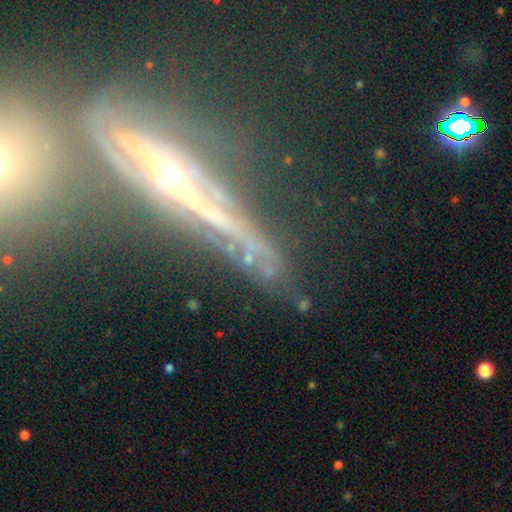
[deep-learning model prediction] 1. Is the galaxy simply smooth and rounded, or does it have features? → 72% featured or disk, 17% star or artifact, 11% smooth.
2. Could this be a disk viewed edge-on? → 78% yes, 22% no.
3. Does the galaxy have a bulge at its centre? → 84% rounded, 10% none, 6% boxy.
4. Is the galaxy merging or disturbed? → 63% none, 16% minor disturbance, 11% merger, 10% major disturbance.